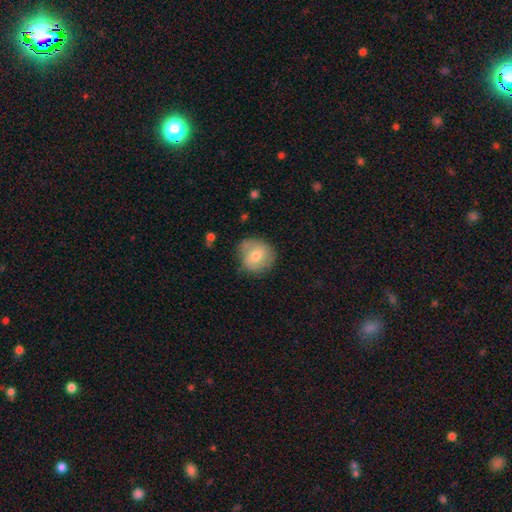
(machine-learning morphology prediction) Smooth or featured? Predicted: smooth (p=0.68). How rounded? Predicted: round (p=0.89). Merging? Predicted: none (p=0.73).